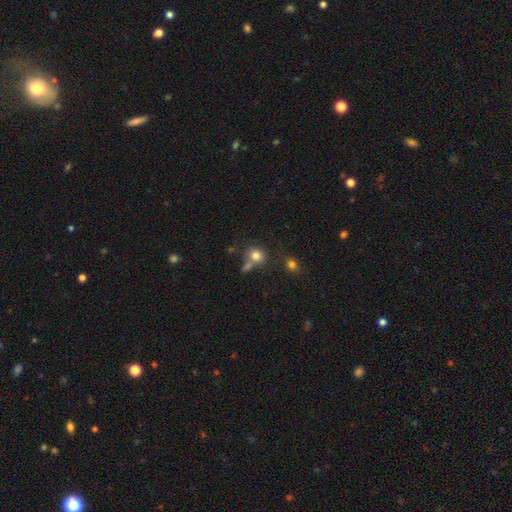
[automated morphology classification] type=smooth (79%); roundness=round (77%); merging=none (56%).